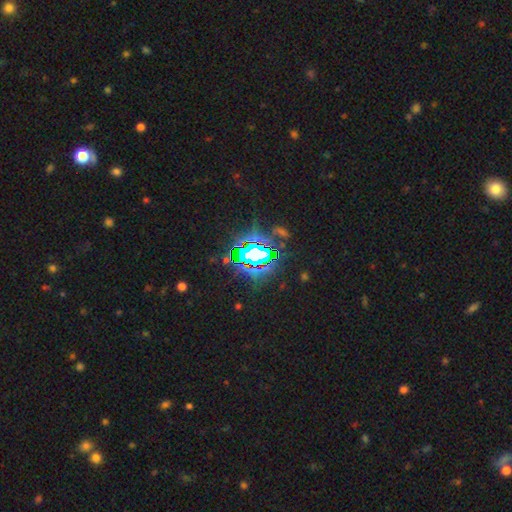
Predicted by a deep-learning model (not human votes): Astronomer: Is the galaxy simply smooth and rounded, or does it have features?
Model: star or artifact — 79%.